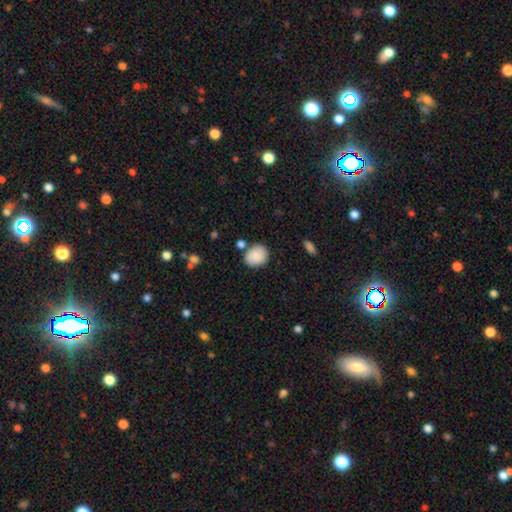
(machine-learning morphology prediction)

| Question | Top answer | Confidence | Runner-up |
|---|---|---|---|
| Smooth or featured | smooth | 88% | star or artifact (7%) |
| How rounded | round | 51% | in between (49%) |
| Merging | none | 75% | minor disturbance (13%) |